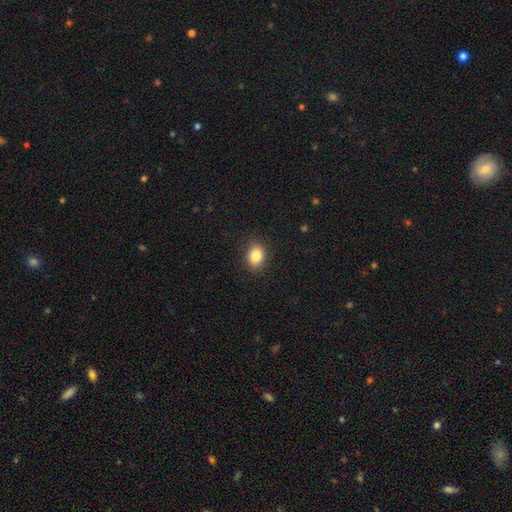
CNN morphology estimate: The model was most divided on "how rounded": in between: 66%, round: 32%, cigar-shaped: 1%. More confident: merging — none (87%); smooth or featured — smooth (85%).